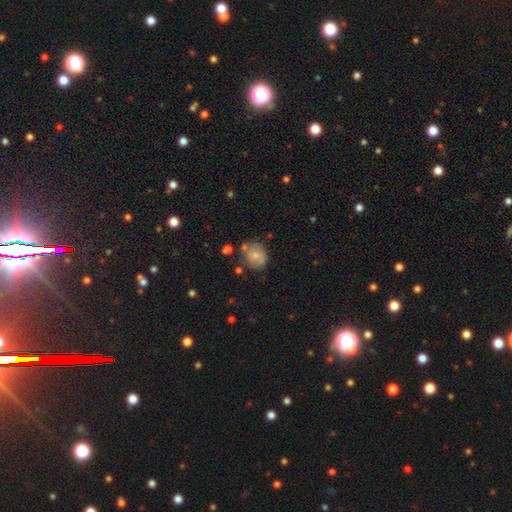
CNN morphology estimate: Smooth or featured: smooth — 52% (featured or disk — 39%)
How rounded: round — 78% (in between — 21%)
Merging: none — 65% (minor disturbance — 21%)